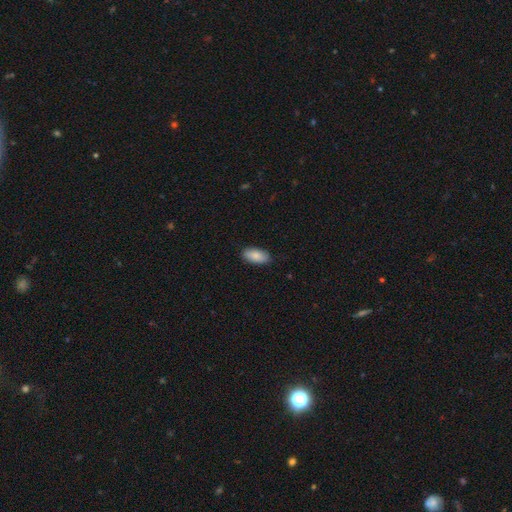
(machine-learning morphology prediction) A smooth galaxy with no disk features (85%) that is in between round and cigar-shaped (93%). Merging: none (87%).